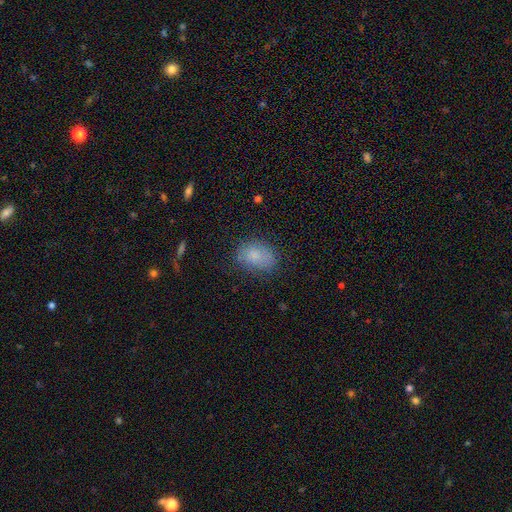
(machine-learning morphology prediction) smooth_or_featured: smooth (p=0.81) [alt: featured or disk p=0.10]
how_rounded: in between (p=0.76) [alt: round p=0.23]
merging: none (p=0.73) [alt: minor disturbance p=0.19]